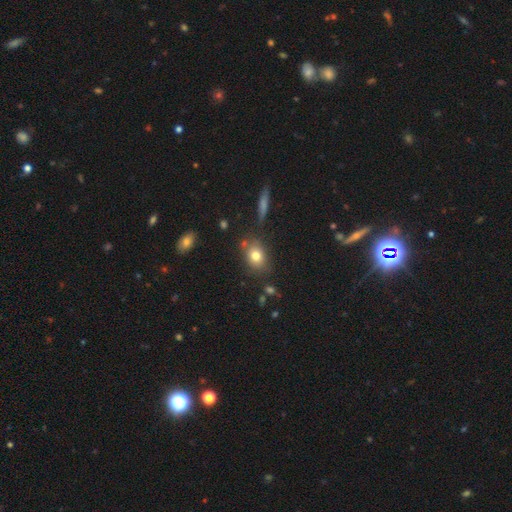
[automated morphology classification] A smooth galaxy with no disk features (78%) that is in between round and cigar-shaped (64%). Merging: none (76%).